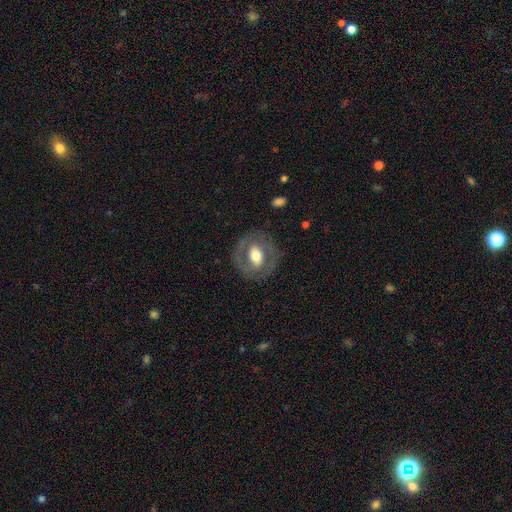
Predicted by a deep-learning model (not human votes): A featured or disk galaxy (58%) with no bar (43%), no spiral arms (66%) and a moderate central bulge (60%). Merging: none (78%).